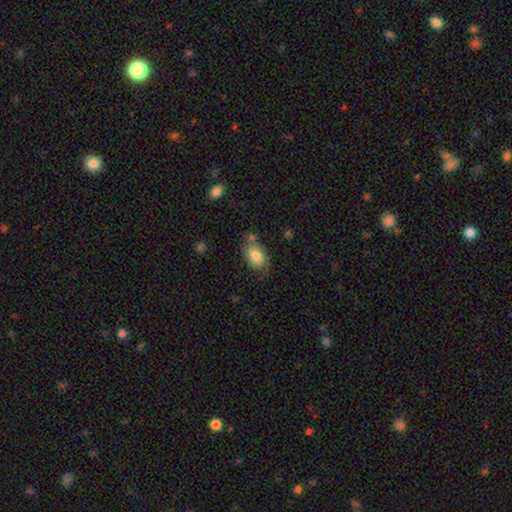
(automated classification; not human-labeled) The model was most divided on "merging": none: 58%, minor disturbance: 24%, merger: 9%, major disturbance: 8%. More confident: how rounded — in between (86%); smooth or featured — smooth (71%).